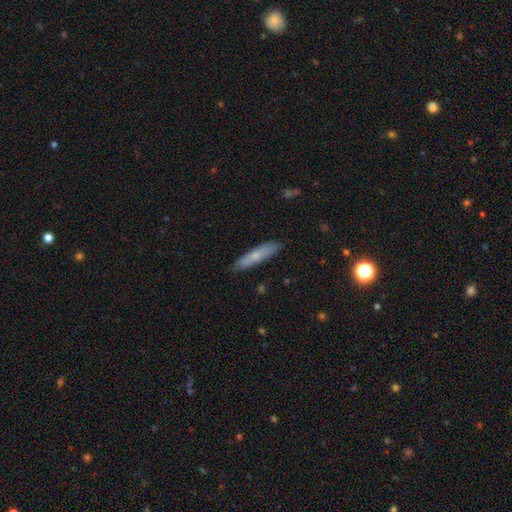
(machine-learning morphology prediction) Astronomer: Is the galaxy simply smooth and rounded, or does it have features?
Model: smooth — 64%.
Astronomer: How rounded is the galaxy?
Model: cigar-shaped — 84%.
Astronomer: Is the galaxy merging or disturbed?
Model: none — 86%.